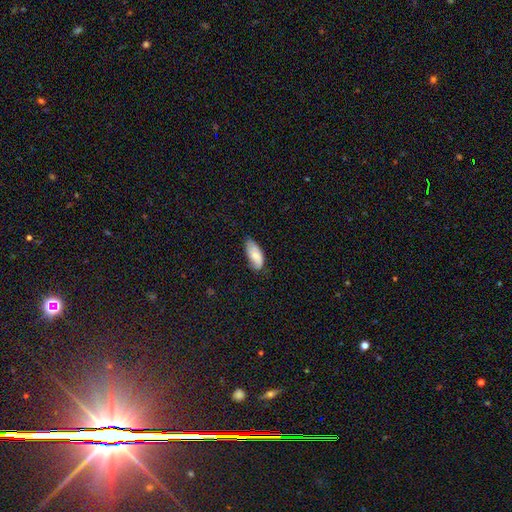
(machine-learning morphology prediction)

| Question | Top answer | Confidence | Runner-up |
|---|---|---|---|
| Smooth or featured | smooth | 71% | featured or disk (22%) |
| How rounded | in between | 86% | cigar-shaped (12%) |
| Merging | none | 63% | minor disturbance (30%) |